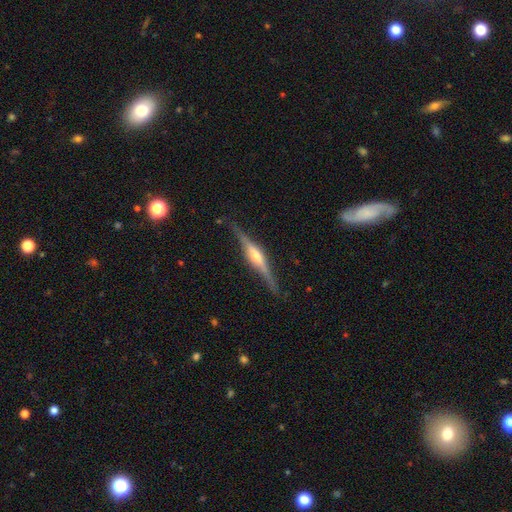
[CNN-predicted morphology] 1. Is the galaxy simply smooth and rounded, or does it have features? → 83% featured or disk, 12% smooth, 5% star or artifact.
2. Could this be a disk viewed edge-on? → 98% yes, 2% no.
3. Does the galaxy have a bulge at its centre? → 79% rounded, 15% boxy, 5% none.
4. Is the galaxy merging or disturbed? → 87% none, 10% minor disturbance, 2% major disturbance, 1% merger.